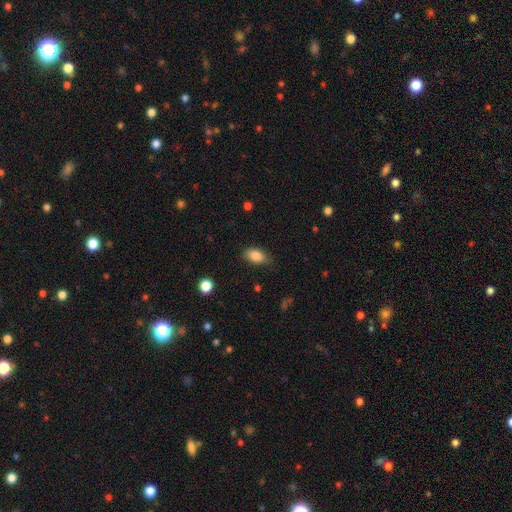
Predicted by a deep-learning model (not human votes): smooth_or_featured: smooth (p=0.86) [alt: star or artifact p=0.08]
how_rounded: in between (p=0.90) [alt: round p=0.07]
merging: none (p=0.81) [alt: minor disturbance p=0.15]